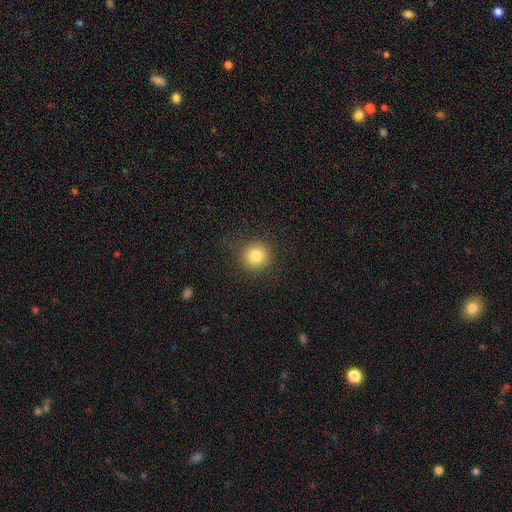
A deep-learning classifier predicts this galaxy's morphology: Smooth or featured? Predicted: smooth (p=0.81). How rounded? Predicted: round (p=0.92). Merging? Predicted: none (p=0.86).